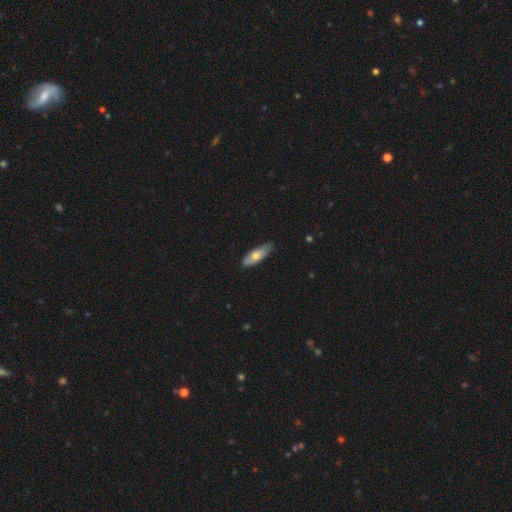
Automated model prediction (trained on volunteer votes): A smooth galaxy with no disk features (65%) that is in between round and cigar-shaped (63%).

Vote fractions:
- Smooth or featured? smooth: 65% / featured or disk: 29% / star or artifact: 6%
- How rounded? in between: 63% / cigar-shaped: 35% / round: 2%
- Merging? none: 80% / minor disturbance: 17% / major disturbance: 2% / merger: 1%